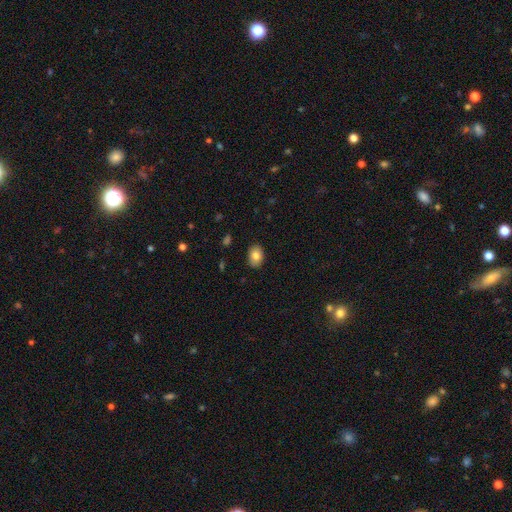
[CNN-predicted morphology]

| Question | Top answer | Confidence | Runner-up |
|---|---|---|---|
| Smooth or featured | smooth | 82% | featured or disk (10%) |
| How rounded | in between | 75% | round (24%) |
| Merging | none | 87% | minor disturbance (10%) |